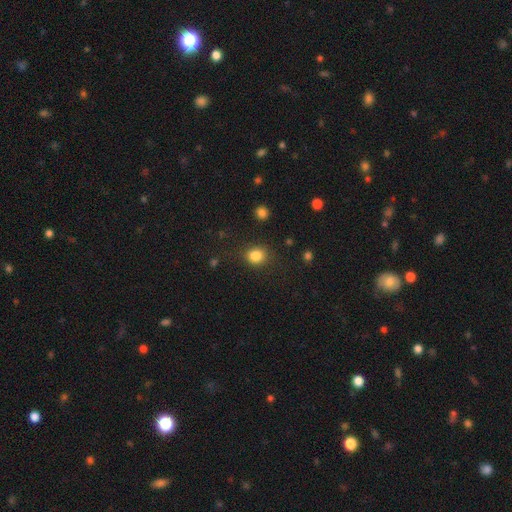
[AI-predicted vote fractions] Overall: smooth (84%). How rounded: round (73%). Merging: none (81%).